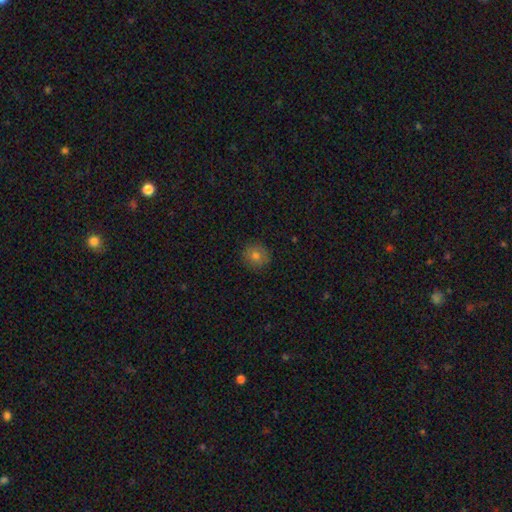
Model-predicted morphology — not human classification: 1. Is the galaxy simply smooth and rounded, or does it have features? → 75% smooth, 13% star or artifact, 13% featured or disk.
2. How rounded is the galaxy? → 89% round, 10% in between, 1% cigar-shaped.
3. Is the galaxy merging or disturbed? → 89% none, 8% minor disturbance, 2% major disturbance, 1% merger.